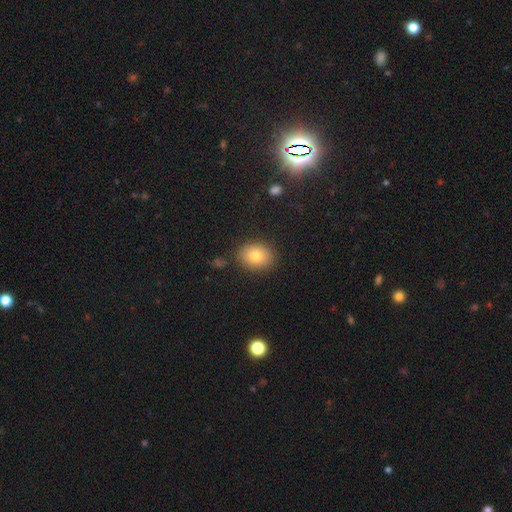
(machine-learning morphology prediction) A smooth galaxy with no disk features (79%) that is in between round and cigar-shaped (57%). Merging: none (86%).